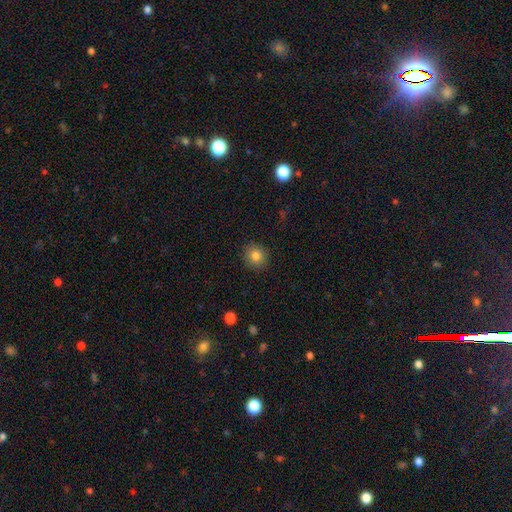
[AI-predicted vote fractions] Smooth or featured: smooth — 82% (star or artifact — 11%)
How rounded: round — 86% (in between — 14%)
Merging: none — 91% (minor disturbance — 6%)